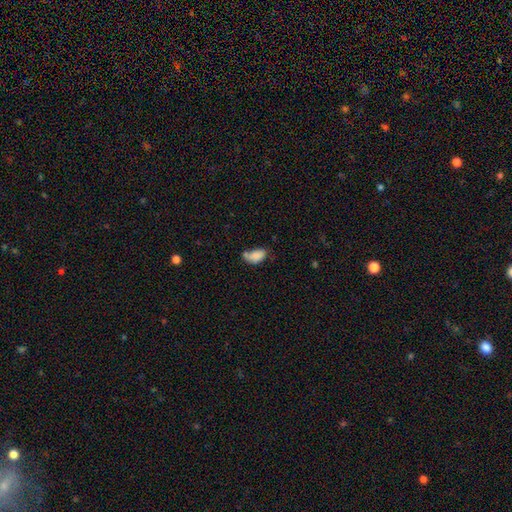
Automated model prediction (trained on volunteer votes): Overall: smooth (81%). How rounded: in between (91%). Merging: none (39%; minor disturbance 26%).